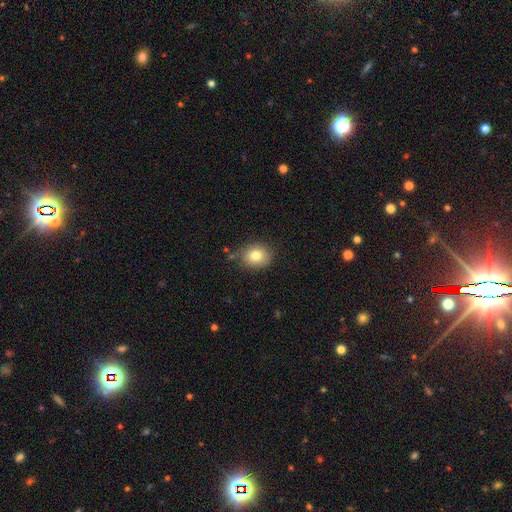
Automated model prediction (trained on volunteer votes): Morphology: type=smooth (80%); roundness=round (64%); merging=none (80%).